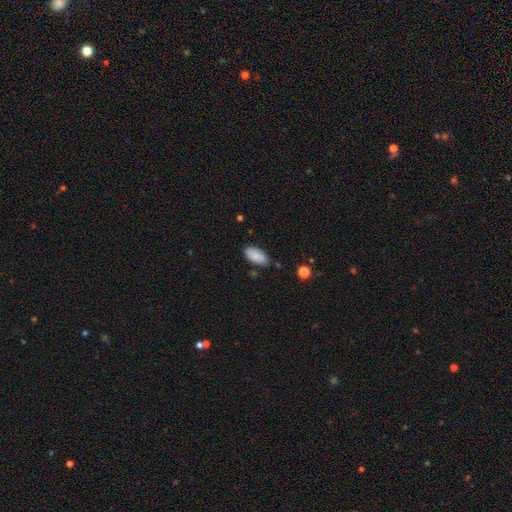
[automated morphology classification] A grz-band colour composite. It shows a smooth galaxy with no disk features (85%) that is in between round and cigar-shaped (94%). Merging: none (80%).